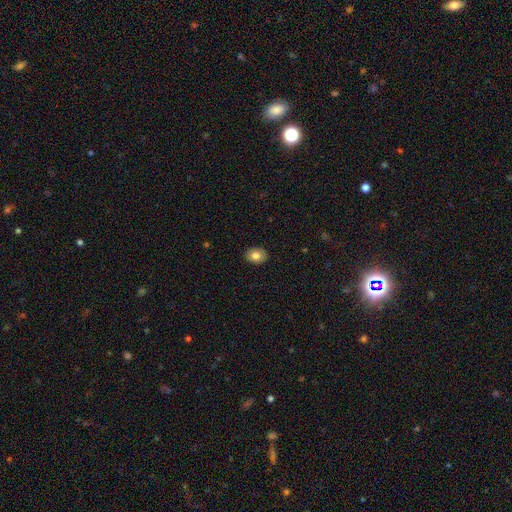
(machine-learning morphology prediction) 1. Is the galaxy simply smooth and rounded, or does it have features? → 80% smooth, 12% featured or disk, 8% star or artifact.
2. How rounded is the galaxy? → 60% in between, 39% round, 1% cigar-shaped.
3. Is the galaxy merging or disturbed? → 89% none, 8% minor disturbance, 2% major disturbance, 1% merger.